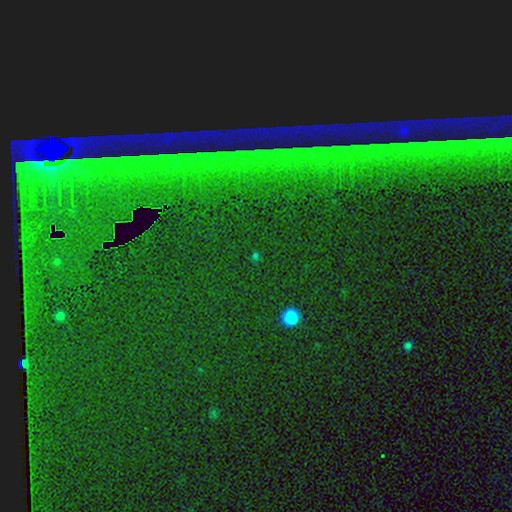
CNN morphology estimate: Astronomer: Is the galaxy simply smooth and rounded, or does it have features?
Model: star or artifact — 83%.